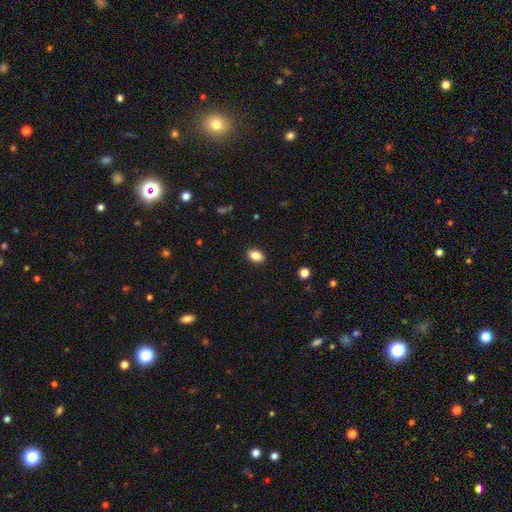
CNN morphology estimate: Overall: smooth (85%). How rounded: in between (85%). Merging: none (90%).